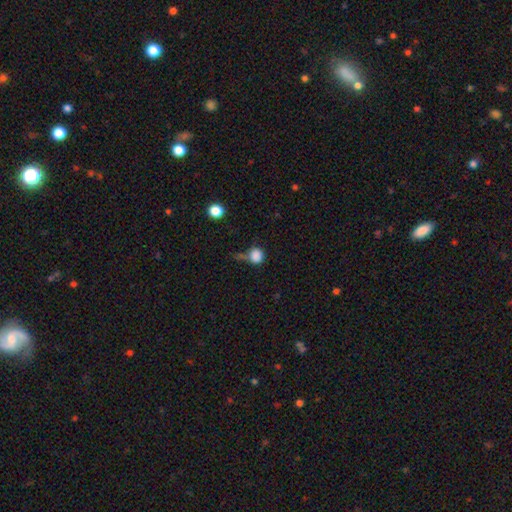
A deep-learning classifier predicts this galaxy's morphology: The model was most divided on "merging": none: 47%, minor disturbance: 23%, merger: 16%, major disturbance: 14%. More confident: smooth or featured — smooth (85%); how rounded — round (84%).